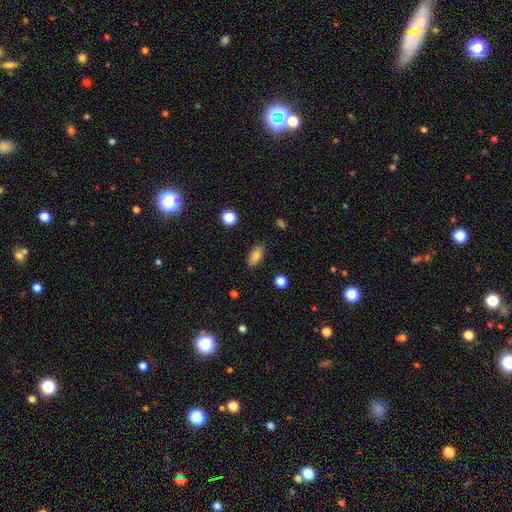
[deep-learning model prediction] Smooth or featured?
  - smooth: 81% *
  - featured or disk: 10%
  - star or artifact: 9%
How rounded?
  - in between: 84% *
  - cigar-shaped: 11%
  - round: 4%
Merging?
  - none: 84% *
  - minor disturbance: 12%
  - major disturbance: 3%
  - merger: 1%